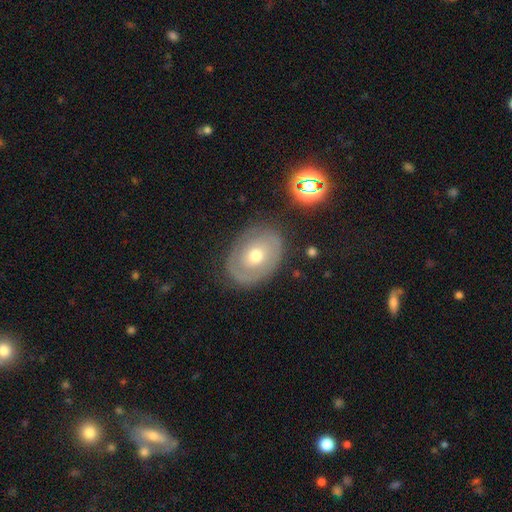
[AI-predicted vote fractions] The model was most divided on "spiral arms": no: 52%, yes: 48%. More confident: edge-on disk — no (95%); bar — no (85%); merging — none (79%); bulge size — moderate (69%); smooth or featured — featured or disk (60%).